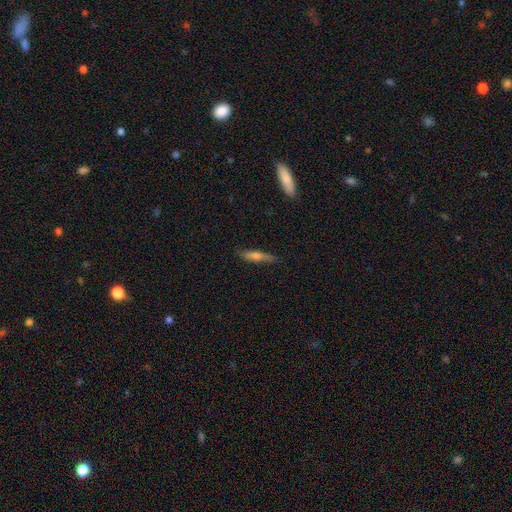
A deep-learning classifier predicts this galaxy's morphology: The model was most divided on "smooth or featured": smooth: 48%, featured or disk: 45%, star or artifact: 7%. More confident: merging — none (83%).